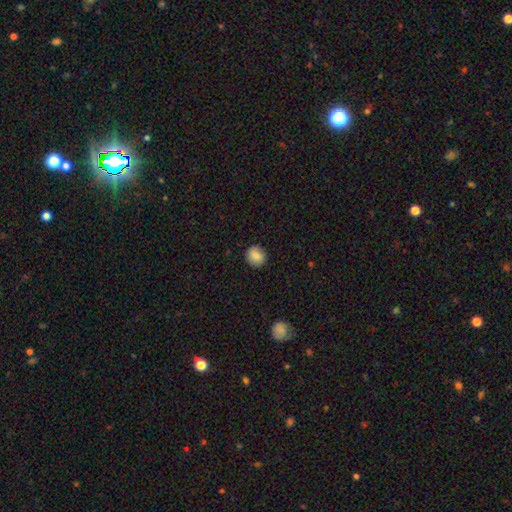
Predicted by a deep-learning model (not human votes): Smooth or featured: smooth — 83% (featured or disk — 9%)
How rounded: round — 84% (in between — 15%)
Merging: none — 89% (minor disturbance — 8%)